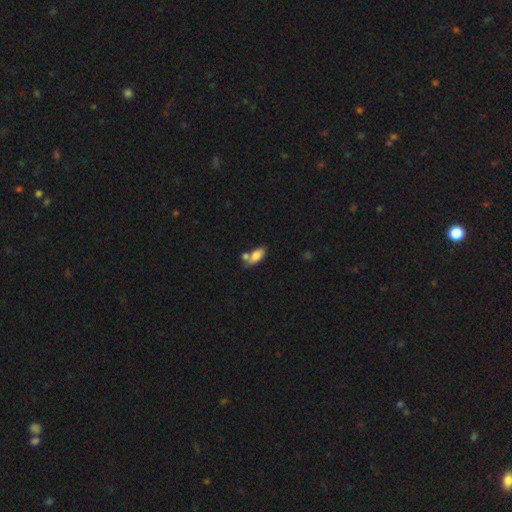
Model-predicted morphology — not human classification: This appears to be a smooth galaxy with no disk features (80%) that is in between round and cigar-shaped (87%). Merging: none (45%).